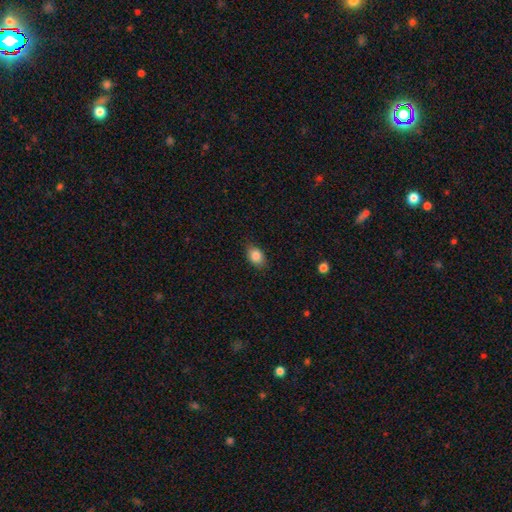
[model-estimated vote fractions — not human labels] smooth_or_featured: smooth (p=0.85) [alt: star or artifact p=0.08]
how_rounded: in between (p=0.79) [alt: round p=0.20]
merging: none (p=0.83) [alt: minor disturbance p=0.14]